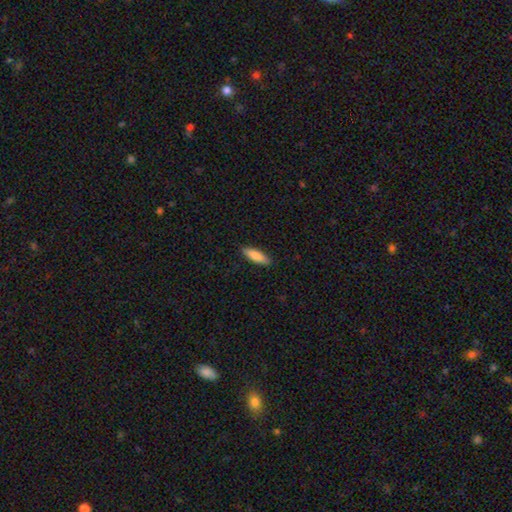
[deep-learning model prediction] A smooth galaxy with no disk features (82%) that is cigar-shaped (53%).

Vote fractions:
- Smooth or featured? smooth: 82% / featured or disk: 13% / star or artifact: 6%
- How rounded? cigar-shaped: 53% / in between: 45% / round: 2%
- Merging? none: 89% / minor disturbance: 8% / major disturbance: 2% / merger: 1%